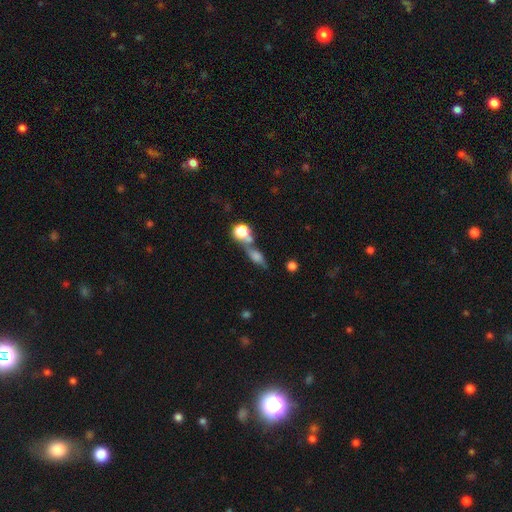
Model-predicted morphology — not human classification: type=smooth (47%); merging=none (49%).